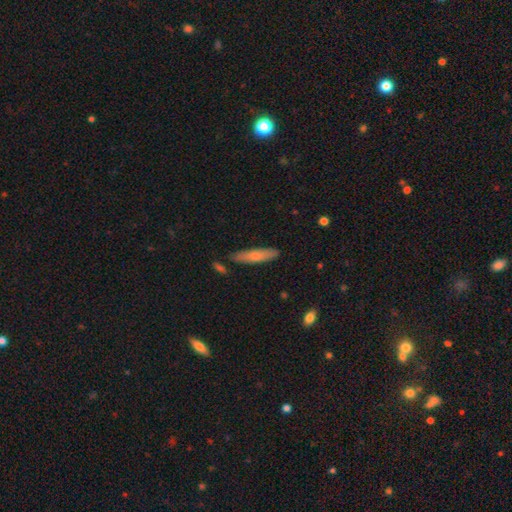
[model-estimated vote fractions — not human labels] Smooth or featured? Predicted: smooth (p=0.68). How rounded? Predicted: cigar-shaped (p=0.83). Merging? Predicted: none (p=0.83).